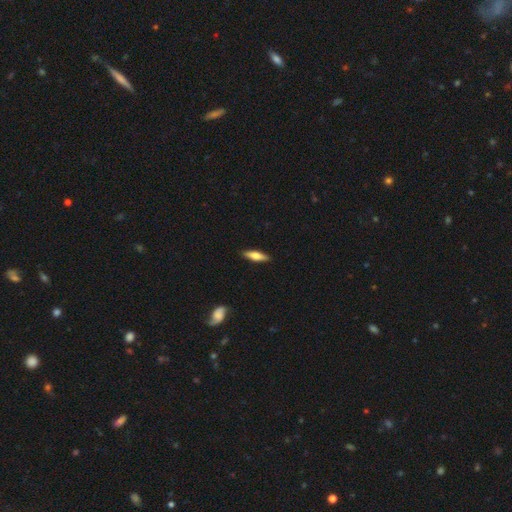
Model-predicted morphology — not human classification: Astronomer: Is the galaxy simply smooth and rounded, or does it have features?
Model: smooth — 63%.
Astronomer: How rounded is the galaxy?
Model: cigar-shaped — 62%.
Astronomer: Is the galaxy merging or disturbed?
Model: none — 89%.